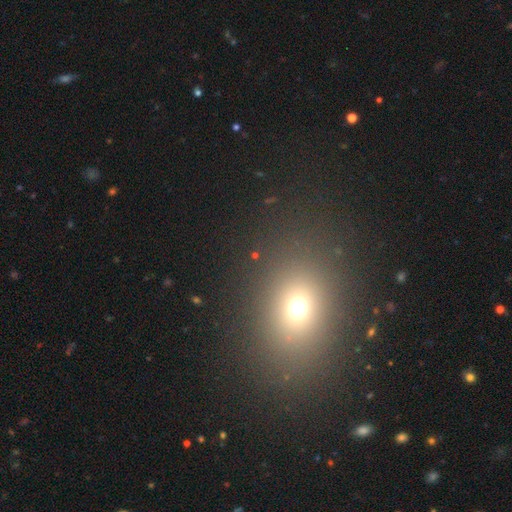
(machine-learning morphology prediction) smooth_or_featured: smooth (p=0.55) [alt: star or artifact p=0.35]
how_rounded: round (p=0.62) [alt: in between p=0.35]
merging: none (p=0.82) [alt: minor disturbance p=0.09]